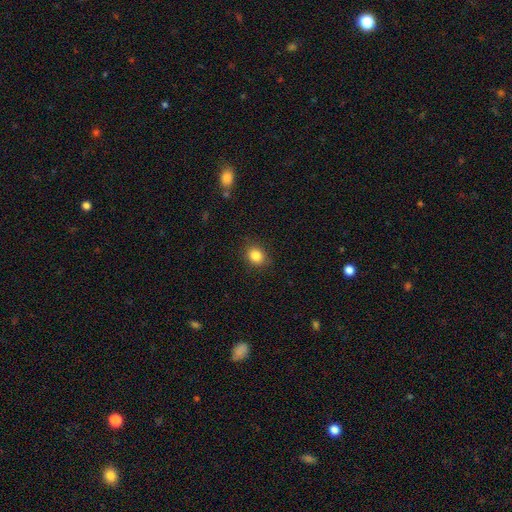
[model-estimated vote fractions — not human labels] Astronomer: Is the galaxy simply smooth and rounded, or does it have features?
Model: smooth — 85%.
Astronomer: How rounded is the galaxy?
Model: round — 62%.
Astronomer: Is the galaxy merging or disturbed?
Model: none — 86%.